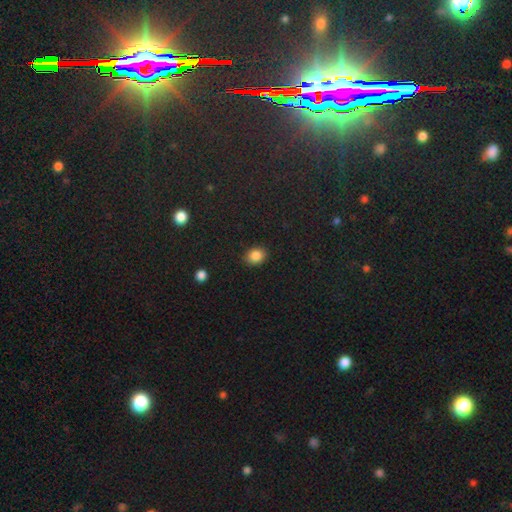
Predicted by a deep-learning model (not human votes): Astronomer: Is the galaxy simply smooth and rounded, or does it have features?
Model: smooth — 86%.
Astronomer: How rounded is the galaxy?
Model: round — 52% (runner-up: in between, 47%).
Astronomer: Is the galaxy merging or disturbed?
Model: none — 87%.